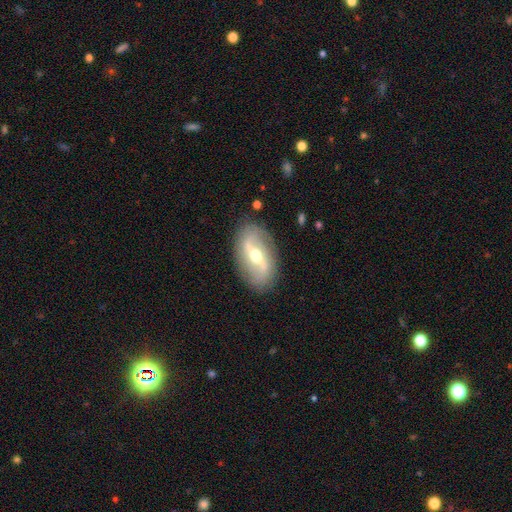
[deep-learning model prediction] Smooth or featured? Predicted: featured or disk (p=0.76). Edge-on disk? Predicted: no (p=0.93). Bar? Predicted: weak (p=0.42). Spiral arms? Predicted: yes (p=0.75). Spiral winding? Predicted: loose (p=0.50). Spiral arm count? Predicted: 2 (p=0.85). Bulge size? Predicted: moderate (p=0.72). Merging? Predicted: none (p=0.84).